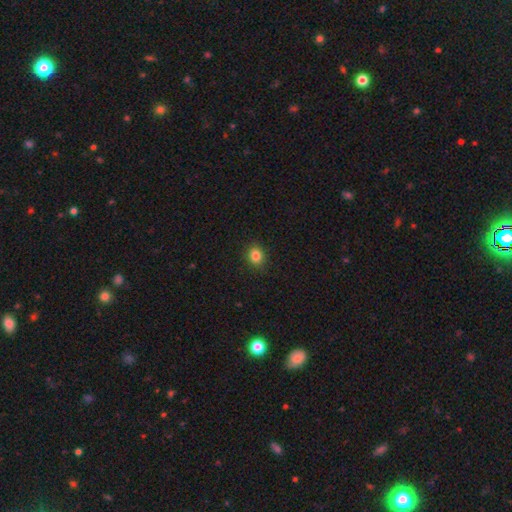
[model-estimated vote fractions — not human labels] This appears to be a smooth galaxy with no disk features (84%) that is round (61%). Merging: none (89%).